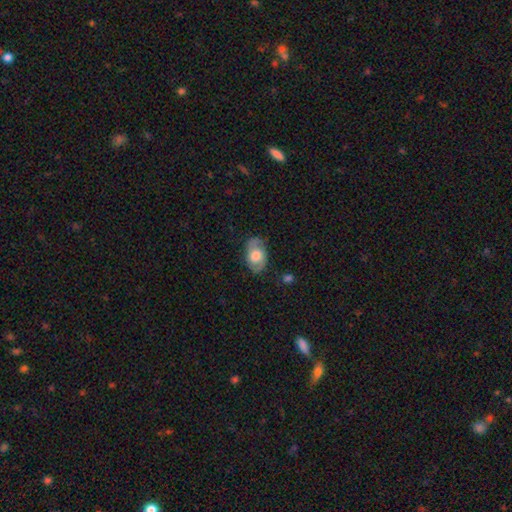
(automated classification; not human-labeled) Smooth or featured: featured or disk — 49% (smooth — 44%)
Merging: none — 76% (minor disturbance — 17%)